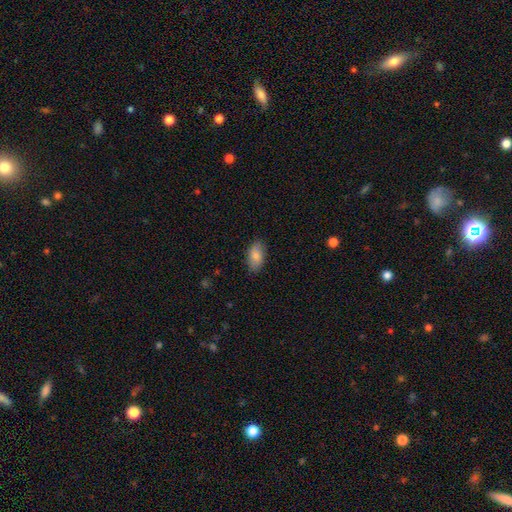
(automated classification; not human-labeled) Morphology: type=smooth (83%); roundness=in between (93%); merging=none (85%).